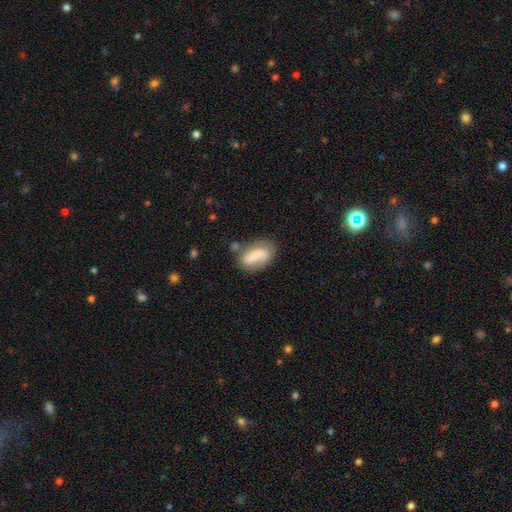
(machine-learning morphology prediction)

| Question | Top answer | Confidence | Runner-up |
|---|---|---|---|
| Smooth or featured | smooth | 57% | featured or disk (36%) |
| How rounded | in between | 86% | round (7%) |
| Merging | none | 54% | minor disturbance (24%) |